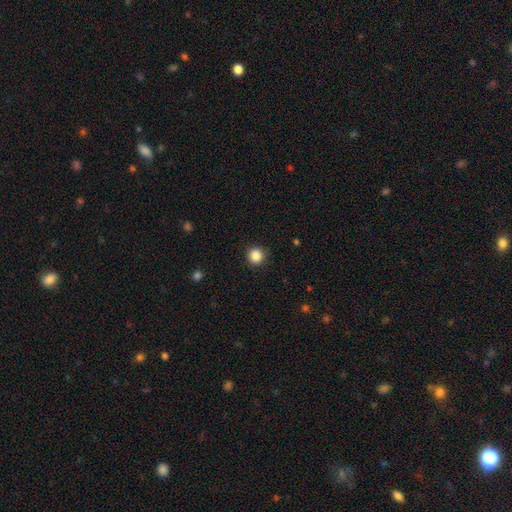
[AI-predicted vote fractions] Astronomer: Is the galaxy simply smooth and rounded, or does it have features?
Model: smooth — 87%.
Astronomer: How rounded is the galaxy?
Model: round — 94%.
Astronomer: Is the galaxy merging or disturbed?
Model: none — 91%.